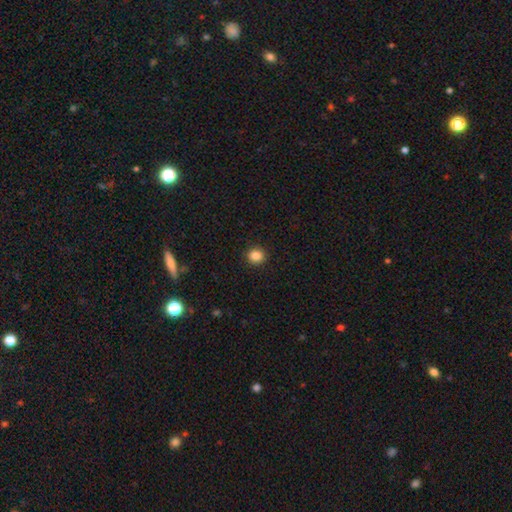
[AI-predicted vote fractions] This is clearly a smooth galaxy (85%). How rounded: clearly round (88%). Merging: clearly none (92%).